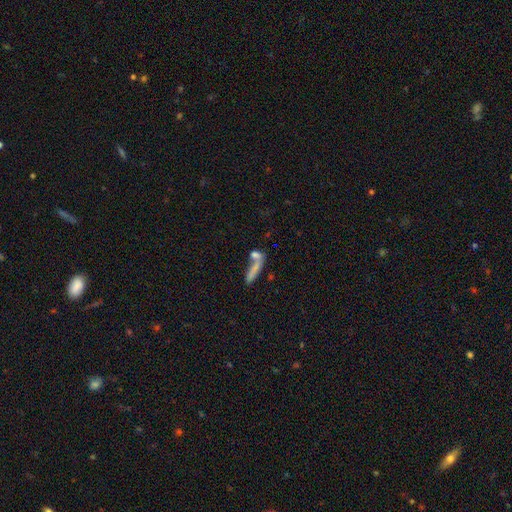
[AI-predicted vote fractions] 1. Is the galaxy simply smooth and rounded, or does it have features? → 68% smooth, 22% featured or disk, 11% star or artifact.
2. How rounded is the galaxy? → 68% cigar-shaped, 26% in between, 6% round.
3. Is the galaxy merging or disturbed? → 44% merger, 37% none, 11% minor disturbance, 8% major disturbance.